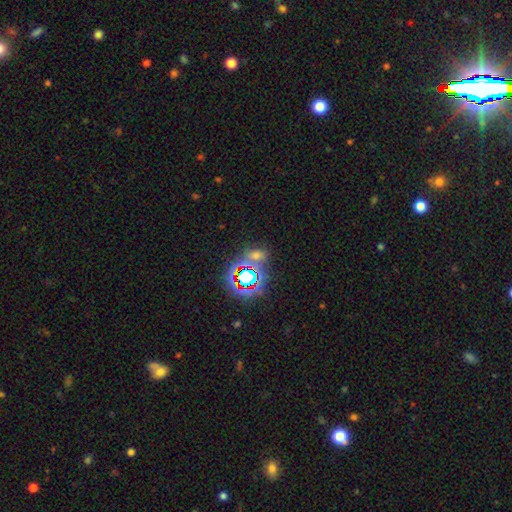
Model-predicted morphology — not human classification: This appears to be a star or artifact, not a galaxy (54%).